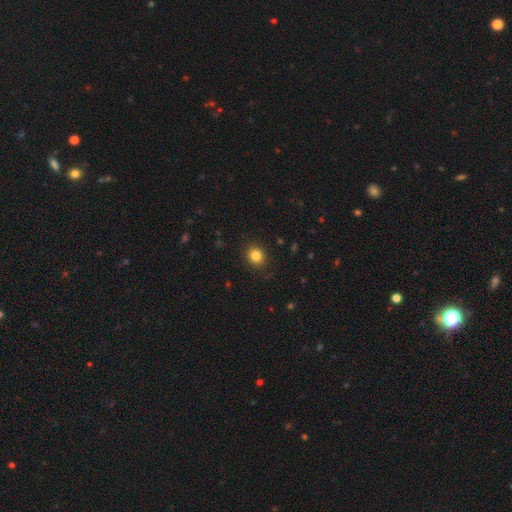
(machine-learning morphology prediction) Q: Smooth or featured?
A: smooth (83%); runner-up: star or artifact (11%)
Q: How rounded?
A: round (79%); runner-up: in between (20%)
Q: Merging?
A: none (88%); runner-up: minor disturbance (8%)